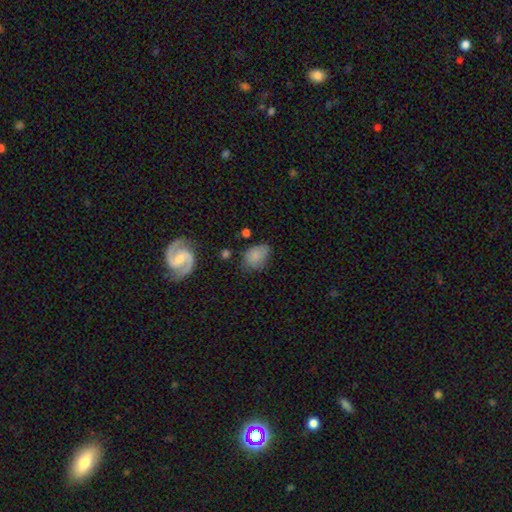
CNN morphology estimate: A smooth galaxy with no disk features (78%) that is in between round and cigar-shaped (77%). Merging: none (58%).